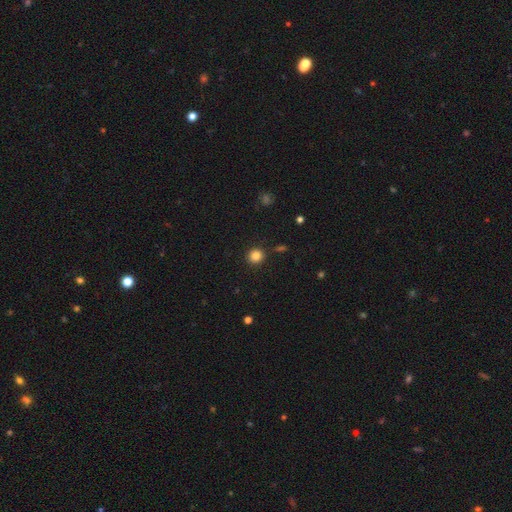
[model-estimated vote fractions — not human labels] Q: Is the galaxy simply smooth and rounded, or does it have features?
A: smooth — 84%.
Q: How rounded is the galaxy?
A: round — 92%.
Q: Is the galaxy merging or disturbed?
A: none — 89%.